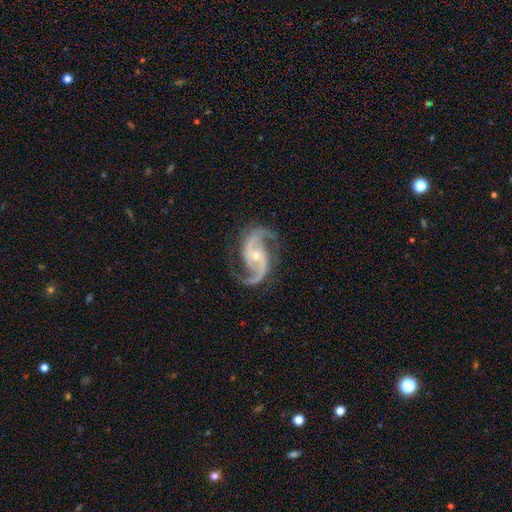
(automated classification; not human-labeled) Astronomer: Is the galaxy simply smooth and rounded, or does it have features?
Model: featured or disk — 93%.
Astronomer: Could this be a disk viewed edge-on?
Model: no — 98%.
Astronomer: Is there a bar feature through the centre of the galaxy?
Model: no — 50% (runner-up: weak, 33%).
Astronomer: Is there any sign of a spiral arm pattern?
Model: yes — 98%.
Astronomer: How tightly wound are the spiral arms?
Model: medium — 57% (runner-up: loose, 32%).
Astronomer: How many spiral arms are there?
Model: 2 — 93%.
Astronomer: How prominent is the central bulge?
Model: small — 56% (runner-up: moderate, 40%).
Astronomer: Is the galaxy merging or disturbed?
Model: none — 80%.